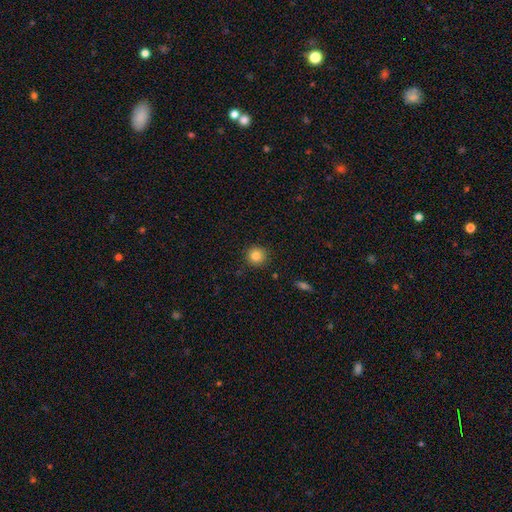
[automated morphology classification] Smooth or featured? smooth (85%)
How rounded? round (94%)
Merging? none (90%)